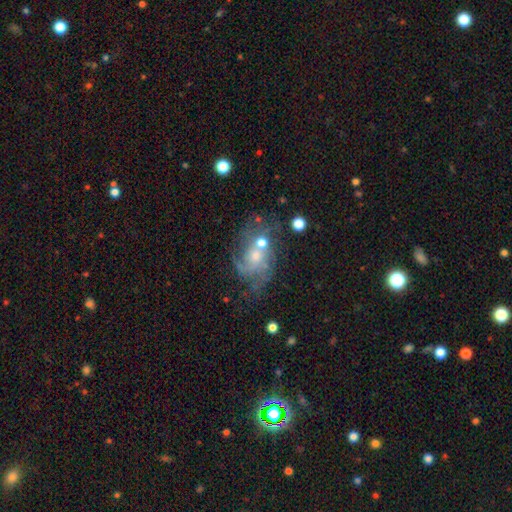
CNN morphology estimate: A featured or disk galaxy (66%) with no bar (76%), spiral arms (76%) and a small central bulge (44%). Merging: none (38%).